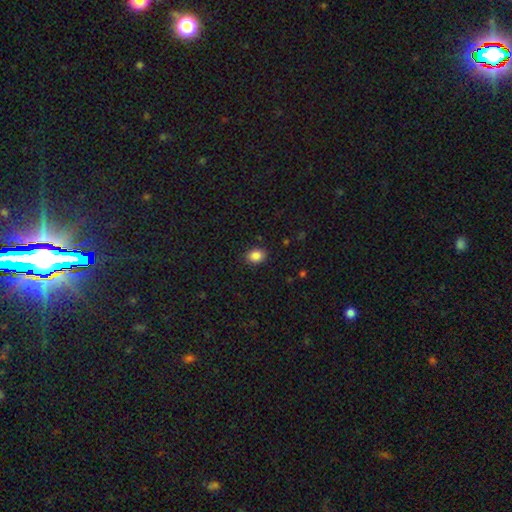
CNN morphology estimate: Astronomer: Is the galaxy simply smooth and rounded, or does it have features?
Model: smooth — 87%.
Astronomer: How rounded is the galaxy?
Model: in between — 62%.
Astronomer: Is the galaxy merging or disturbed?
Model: none — 87%.